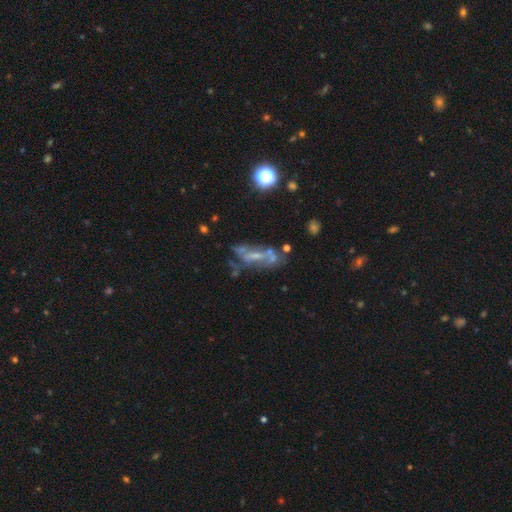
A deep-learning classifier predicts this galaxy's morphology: Q: Smooth or featured?
A: featured or disk (61%); runner-up: smooth (20%)
Q: Edge-on disk?
A: no (81%); runner-up: yes (19%)
Q: Merging?
A: none (44%); runner-up: major disturbance (21%)